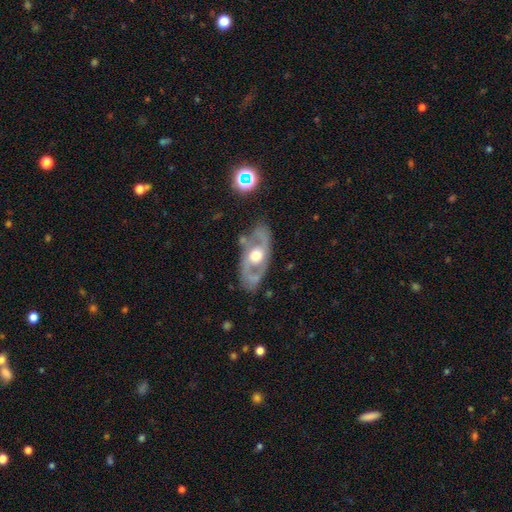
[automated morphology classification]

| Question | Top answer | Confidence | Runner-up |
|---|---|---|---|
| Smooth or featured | featured or disk | 81% | smooth (15%) |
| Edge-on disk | no | 90% | yes (10%) |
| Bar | no | 71% | weak (22%) |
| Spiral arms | yes | 76% | no (24%) |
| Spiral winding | medium | 51% | loose (27%) |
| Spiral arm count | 2 | 86% | can't tell (7%) |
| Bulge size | moderate | 64% | large (28%) |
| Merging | none | 75% | minor disturbance (16%) |